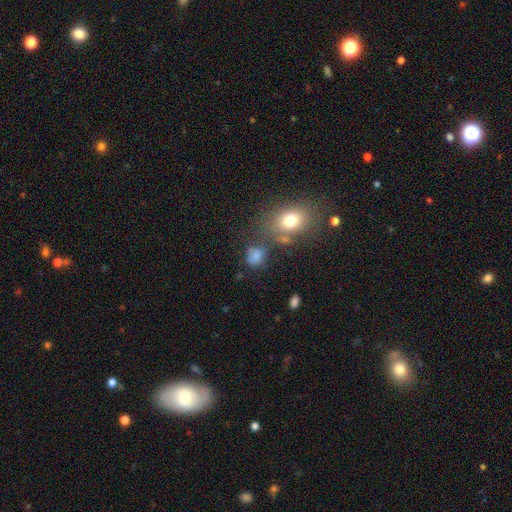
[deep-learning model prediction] This is likely a smooth galaxy (74%). How rounded: possibly round (54%). Merging: possibly none (55%).